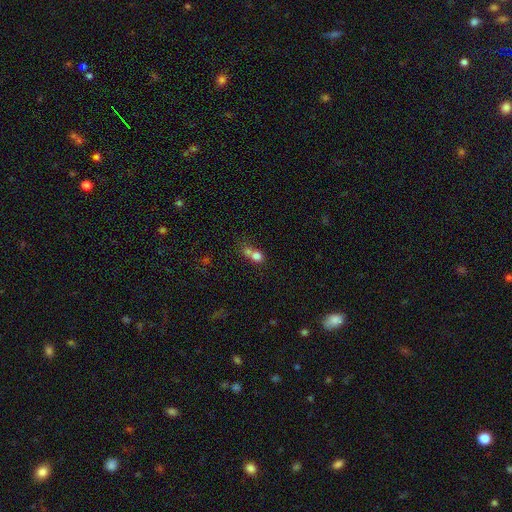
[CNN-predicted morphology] Q: Smooth or featured?
A: smooth (75%); runner-up: featured or disk (13%)
Q: How rounded?
A: round (69%); runner-up: in between (29%)
Q: Merging?
A: merger (62%); runner-up: none (27%)